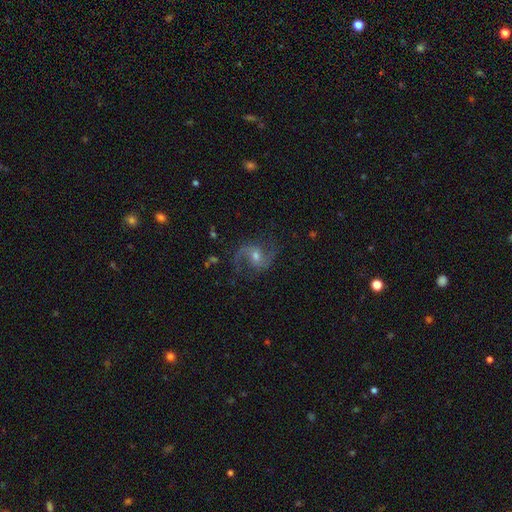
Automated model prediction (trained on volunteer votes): This is clearly a featured or disk galaxy (87%). It is clearly not viewed edge-on (98%). Bar: possibly no (49%). Spiral arm pattern: clearly yes (97%). Spiral arm count: clearly 2 (91%). Spiral winding: possibly medium (47%). Central bulge: possibly moderate (57%). Merging: likely none (77%).